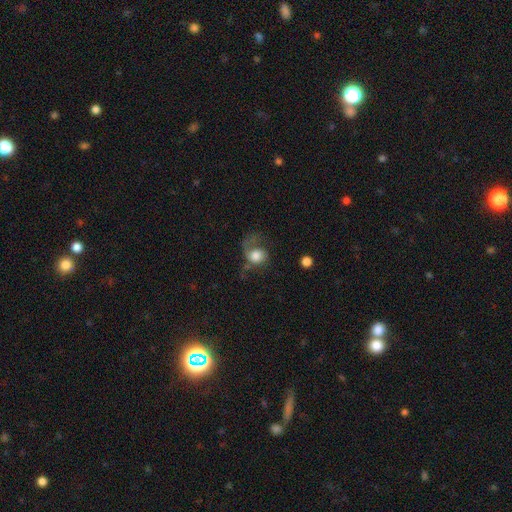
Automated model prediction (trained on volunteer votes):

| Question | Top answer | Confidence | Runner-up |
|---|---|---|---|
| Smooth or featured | smooth | 53% | featured or disk (38%) |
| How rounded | round | 63% | in between (36%) |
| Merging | major disturbance | 51% | none (27%) |